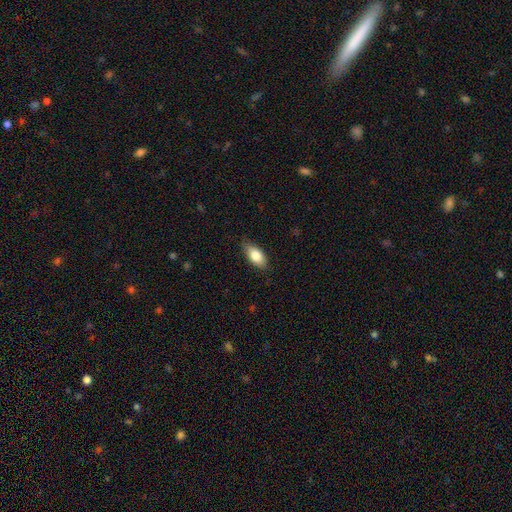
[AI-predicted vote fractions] The model was most divided on "merging": none: 79%, minor disturbance: 17%, major disturbance: 3%, merger: 1%. More confident: how rounded — in between (88%); smooth or featured — smooth (81%).